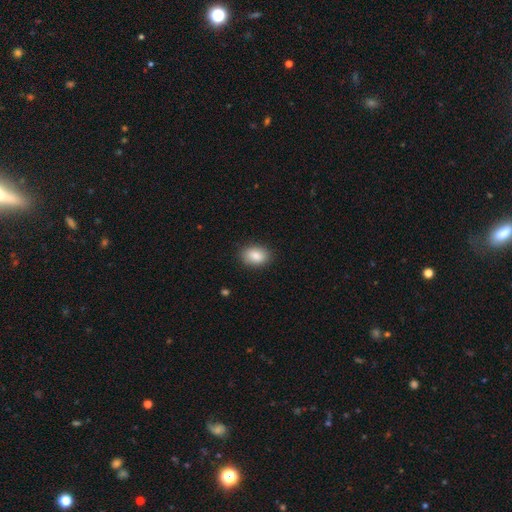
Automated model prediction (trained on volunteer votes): This appears to be a smooth galaxy with no disk features (87%) that is in between round and cigar-shaped (79%). Merging: none (87%).